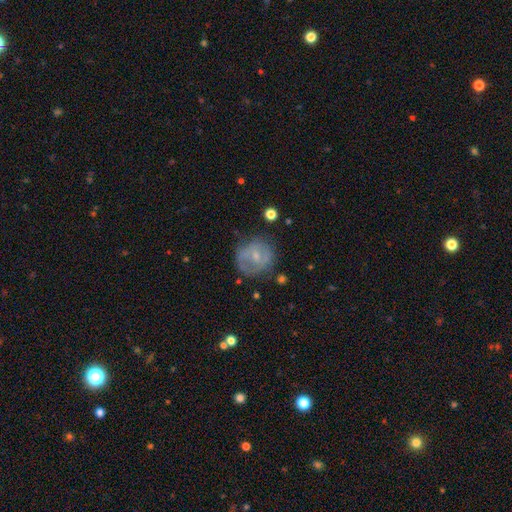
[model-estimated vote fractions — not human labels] Smooth or featured? Predicted: featured or disk (p=0.48). Merging? Predicted: none (p=0.65).